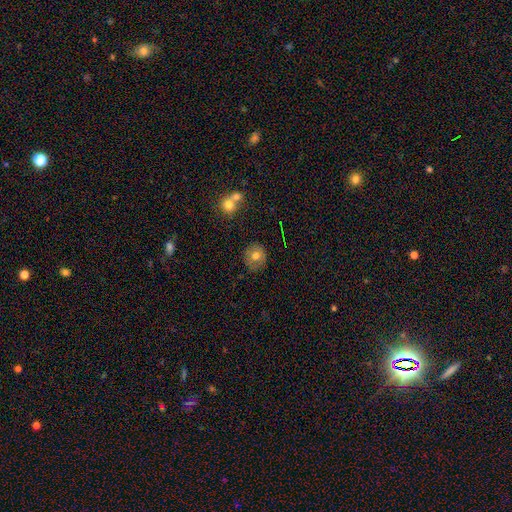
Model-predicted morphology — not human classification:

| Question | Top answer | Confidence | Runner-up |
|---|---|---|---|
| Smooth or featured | smooth | 70% | featured or disk (19%) |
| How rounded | round | 83% | in between (16%) |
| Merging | none | 81% | minor disturbance (13%) |